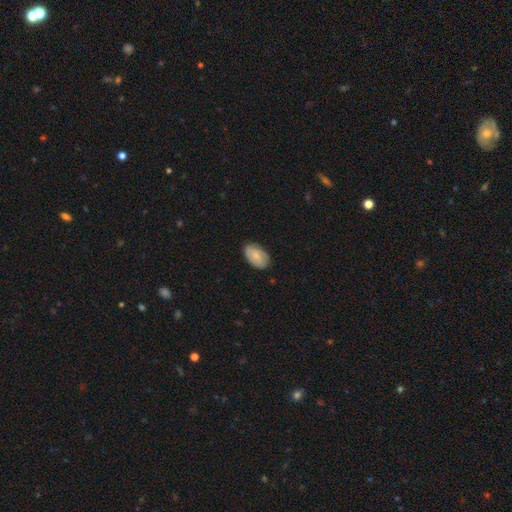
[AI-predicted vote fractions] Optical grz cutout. It shows a smooth galaxy with no disk features (65%) that is in between round and cigar-shaped (91%). Merging: none (79%).